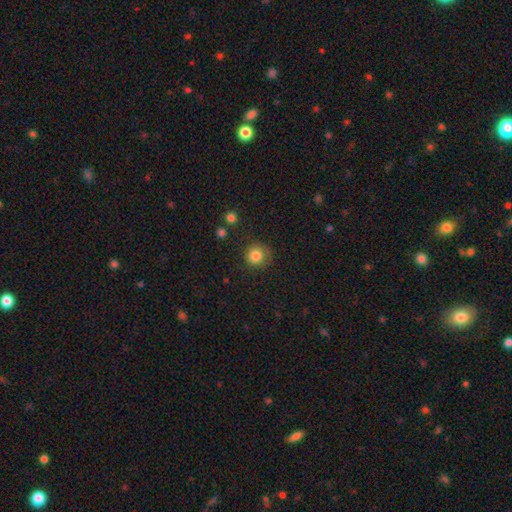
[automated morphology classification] smooth-or-featured: smooth: 83% | star or artifact: 11% | featured or disk: 6%
  how-rounded: round: 91% | in between: 8% | cigar-shaped: 1%
  merging: none: 82% | minor disturbance: 12% | major disturbance: 4% | merger: 2%